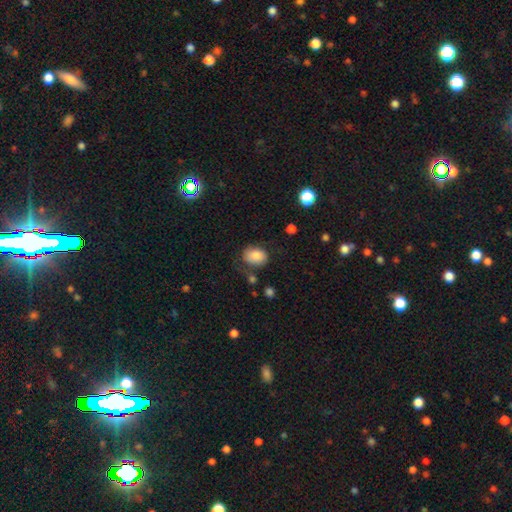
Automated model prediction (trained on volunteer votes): This is clearly a smooth galaxy (81%). How rounded: likely in between (63%). Merging: likely none (63%).